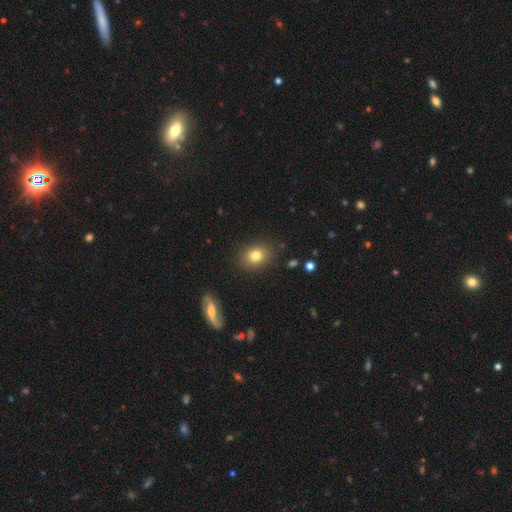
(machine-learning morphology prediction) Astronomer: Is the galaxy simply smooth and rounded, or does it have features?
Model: smooth — 79%.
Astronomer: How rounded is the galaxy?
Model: in between — 51% (runner-up: round, 48%).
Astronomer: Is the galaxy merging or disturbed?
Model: none — 87%.